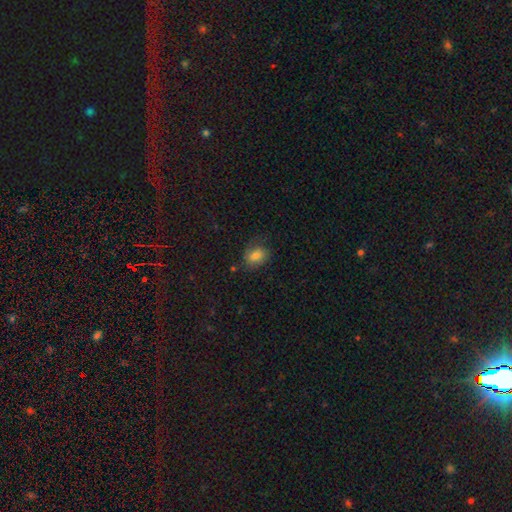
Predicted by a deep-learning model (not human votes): A smooth galaxy with no disk features (73%) that is in between round and cigar-shaped (63%).

Vote fractions:
- Smooth or featured? smooth: 73% / featured or disk: 18% / star or artifact: 10%
- How rounded? in between: 63% / round: 36% / cigar-shaped: 1%
- Merging? none: 65% / minor disturbance: 23% / major disturbance: 10% / merger: 2%